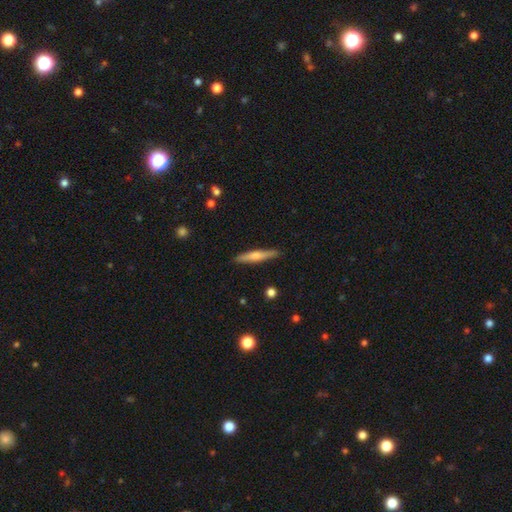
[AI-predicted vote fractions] Smooth or featured?
  - smooth: 55% *
  - featured or disk: 39%
  - star or artifact: 6%
How rounded?
  - cigar-shaped: 91% *
  - in between: 7%
  - round: 2%
Merging?
  - none: 89% *
  - minor disturbance: 8%
  - major disturbance: 2%
  - merger: 1%